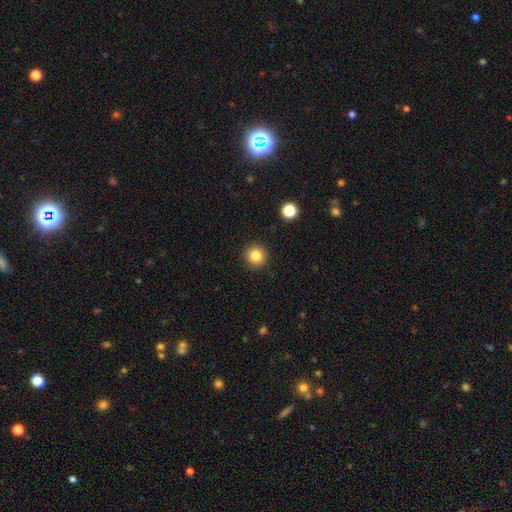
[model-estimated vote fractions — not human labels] Overall: smooth (84%). How rounded: round (94%). Merging: none (92%).